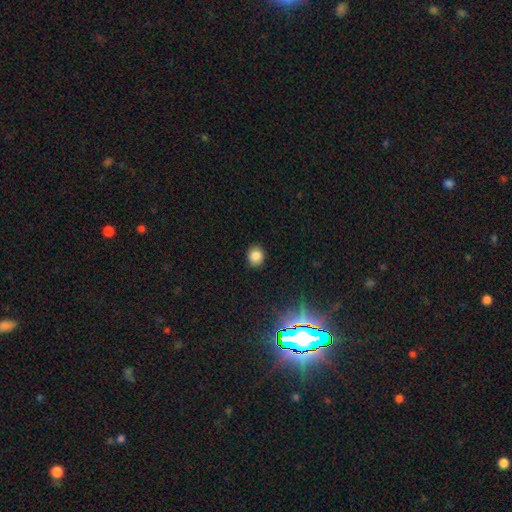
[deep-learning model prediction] smooth 83%, star or artifact 12%, featured or disk 4%. Down the decision tree: how rounded — round (77%); merging — none (89%).